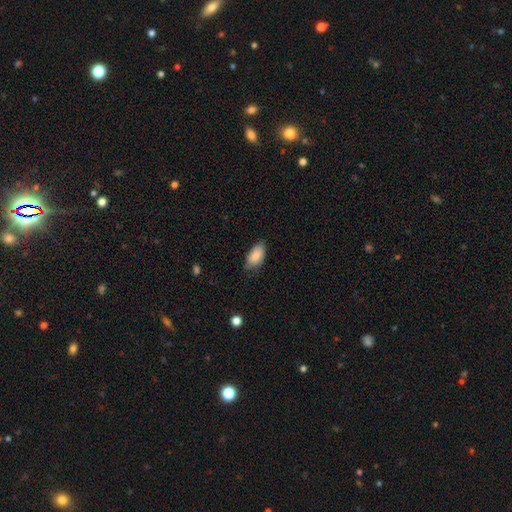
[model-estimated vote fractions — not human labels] Smooth or featured?
  - smooth: 83% *
  - featured or disk: 10%
  - star or artifact: 6%
How rounded?
  - in between: 93% *
  - cigar-shaped: 4%
  - round: 3%
Merging?
  - none: 69% *
  - minor disturbance: 26%
  - major disturbance: 4%
  - merger: 1%